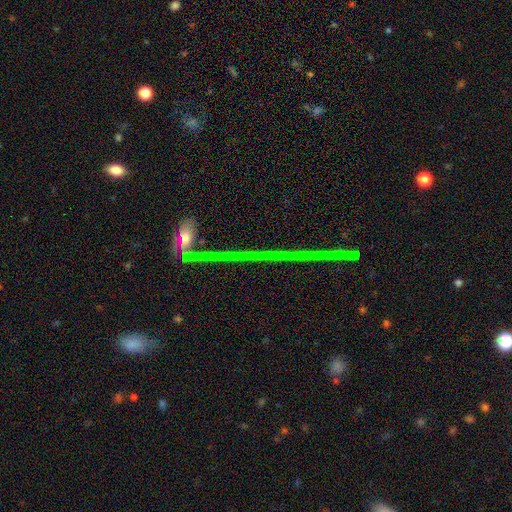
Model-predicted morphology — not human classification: The model was most divided on "smooth or featured": star or artifact: 46%, featured or disk: 40%, smooth: 13%.